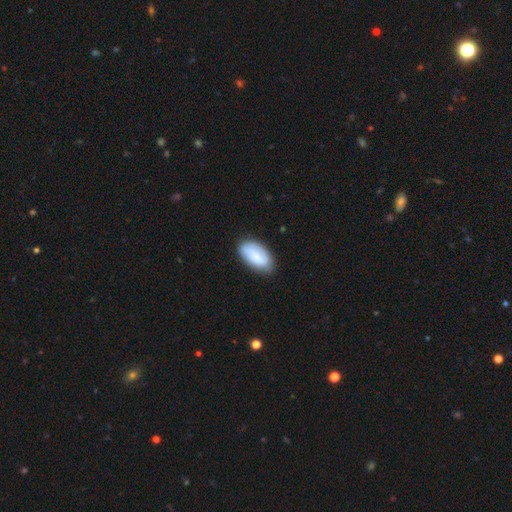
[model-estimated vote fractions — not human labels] smooth_or_featured: smooth (p=0.80) [alt: featured or disk p=0.14]
how_rounded: in between (p=0.95) [alt: round p=0.03]
merging: none (p=0.79) [alt: minor disturbance p=0.16]